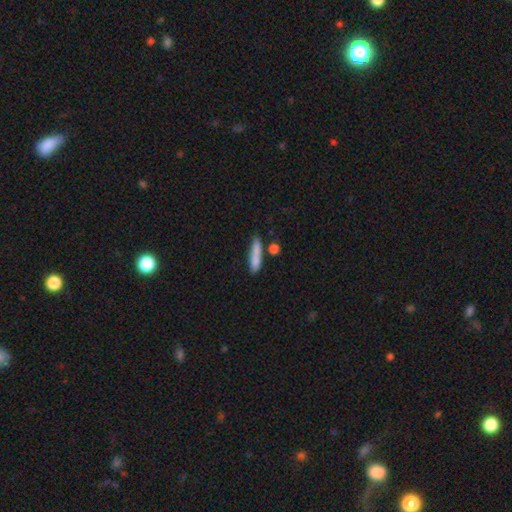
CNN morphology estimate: type=smooth (82%); roundness=cigar-shaped (82%); merging=none (71%).